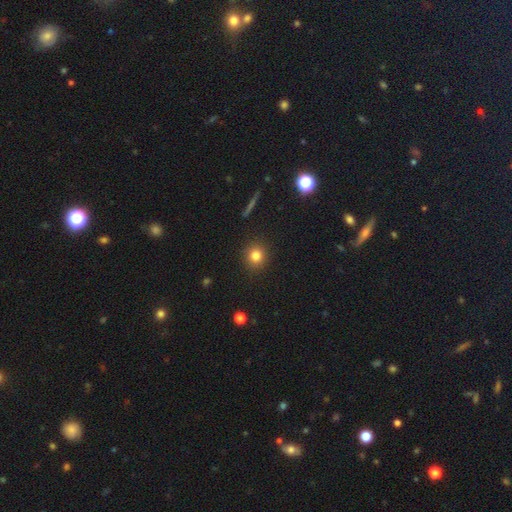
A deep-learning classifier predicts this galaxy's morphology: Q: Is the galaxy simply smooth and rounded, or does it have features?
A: smooth — 81%.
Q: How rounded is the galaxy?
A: round — 90%.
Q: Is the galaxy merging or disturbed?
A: none — 91%.